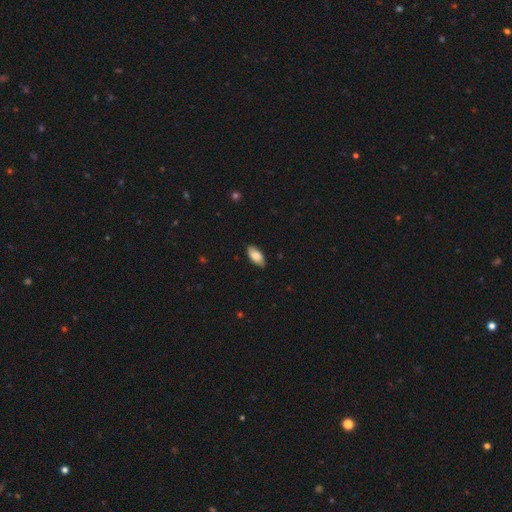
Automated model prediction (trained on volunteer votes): smooth 82%, featured or disk 12%, star or artifact 6%. Down the decision tree: how rounded — in between (90%); merging — none (86%).